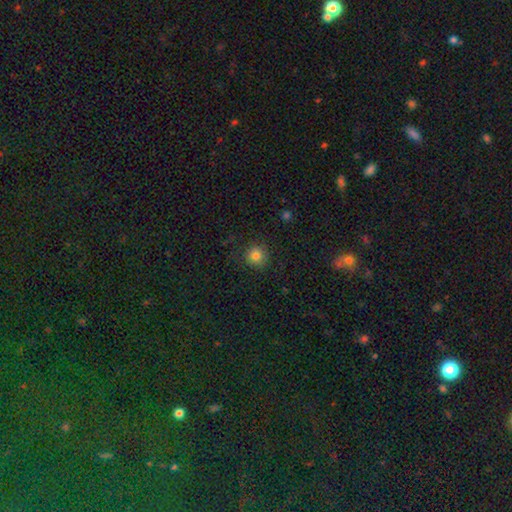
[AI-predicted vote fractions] Smooth or featured? Predicted: smooth (p=0.82). How rounded? Predicted: round (p=0.93). Merging? Predicted: none (p=0.88).